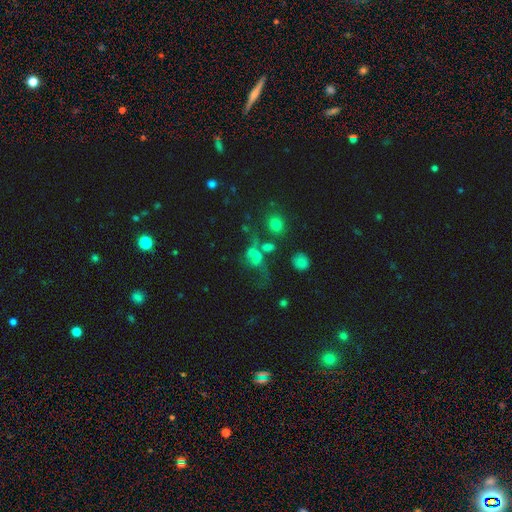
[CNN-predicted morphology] Smooth or featured: smooth — 46% (featured or disk — 29%)
Merging: major disturbance — 34% (none — 27%)